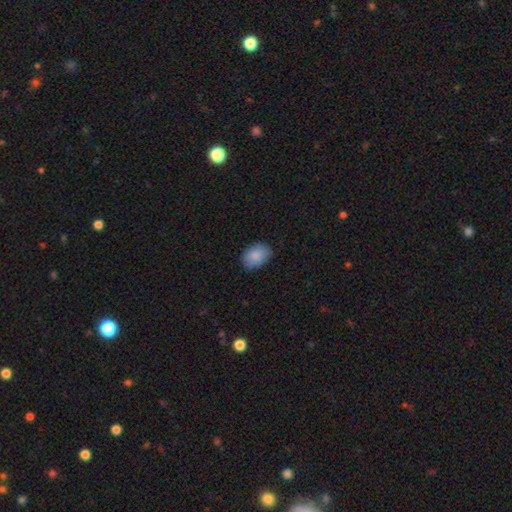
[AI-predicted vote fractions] Smooth or featured?
  - smooth: 87% *
  - star or artifact: 7%
  - featured or disk: 6%
How rounded?
  - in between: 76% *
  - round: 23%
  - cigar-shaped: 1%
Merging?
  - none: 81% *
  - minor disturbance: 15%
  - major disturbance: 3%
  - merger: 1%